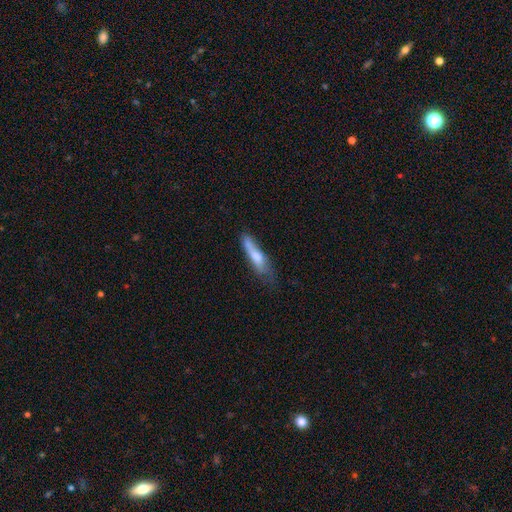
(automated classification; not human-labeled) This is likely a smooth galaxy (68%). How rounded: likely cigar-shaped (78%). Merging: possibly none (45%).